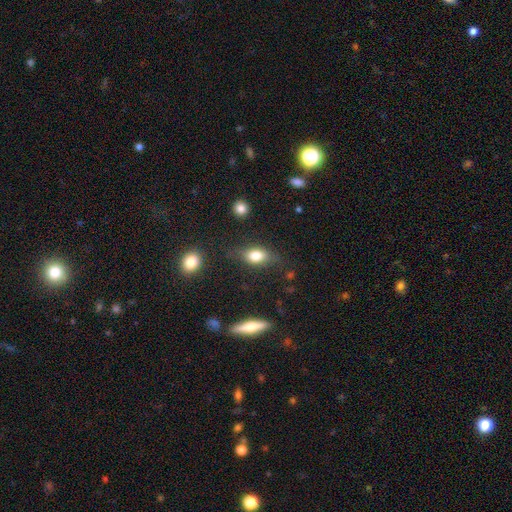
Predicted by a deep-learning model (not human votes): Smooth or featured: smooth — 76% (featured or disk — 15%)
How rounded: in between — 77% (round — 16%)
Merging: none — 73% (minor disturbance — 18%)